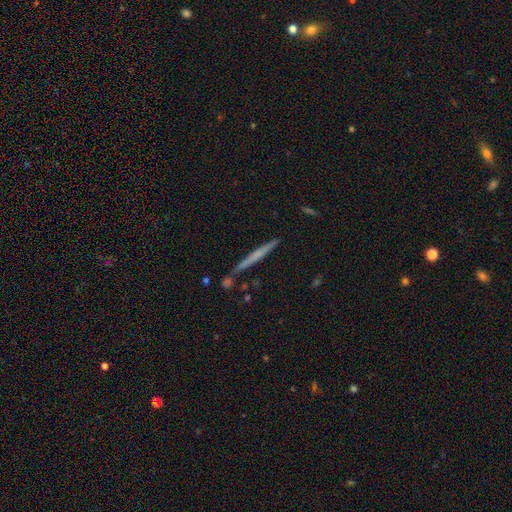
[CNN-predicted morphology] smooth_or_featured: featured or disk (p=0.48) [alt: smooth p=0.45]
merging: none (p=0.85) [alt: minor disturbance p=0.09]